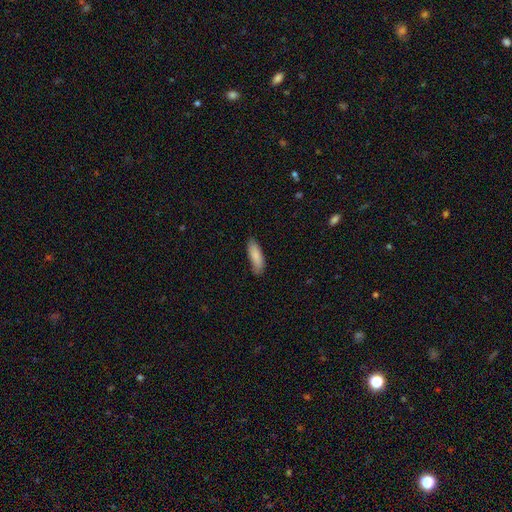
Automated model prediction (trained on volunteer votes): Morphology: type=smooth (87%); roundness=in between (56%); merging=none (79%).